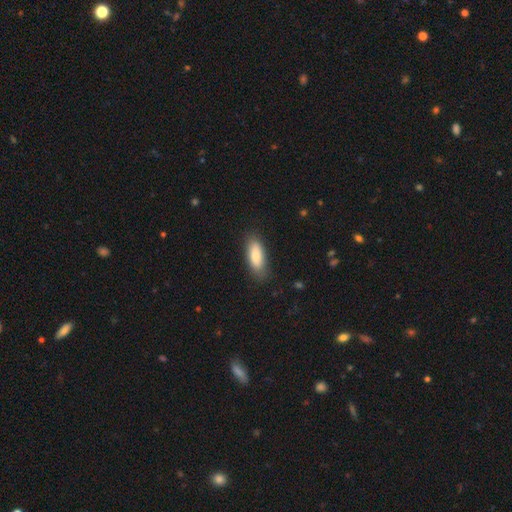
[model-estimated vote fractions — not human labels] Smooth or featured?
  - smooth: 82% *
  - featured or disk: 12%
  - star or artifact: 6%
How rounded?
  - in between: 76% *
  - cigar-shaped: 22%
  - round: 2%
Merging?
  - none: 82% *
  - minor disturbance: 14%
  - major disturbance: 3%
  - merger: 1%